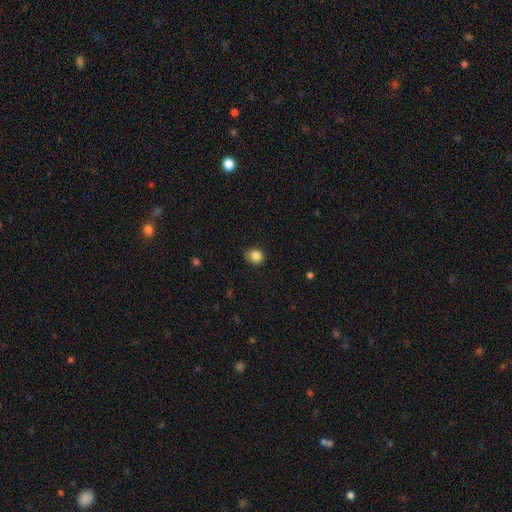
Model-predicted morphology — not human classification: Overall: smooth (86%). How rounded: round (71%). Merging: none (78%).